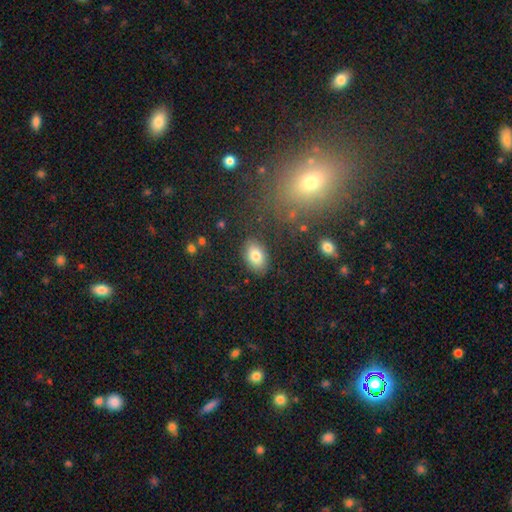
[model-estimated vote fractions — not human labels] This is clearly a smooth galaxy (81%). How rounded: clearly in between (86%). Merging: clearly none (85%).